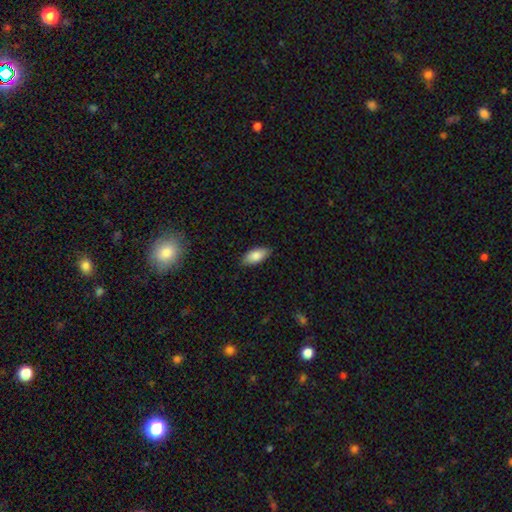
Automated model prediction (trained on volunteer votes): Smooth or featured? Predicted: smooth (p=0.85). How rounded? Predicted: in between (p=0.90). Merging? Predicted: none (p=0.86).